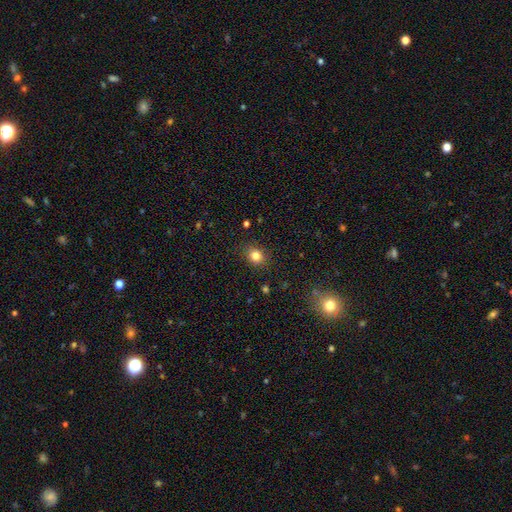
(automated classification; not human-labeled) Smooth or featured?
  - smooth: 82% *
  - star or artifact: 12%
  - featured or disk: 6%
How rounded?
  - round: 64% *
  - in between: 35%
  - cigar-shaped: 1%
Merging?
  - none: 88% *
  - minor disturbance: 8%
  - major disturbance: 2%
  - merger: 1%